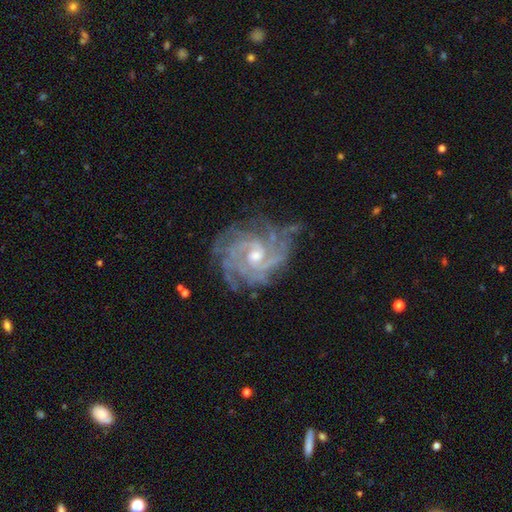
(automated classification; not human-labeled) Smooth or featured?
  - featured or disk: 90% *
  - star or artifact: 6%
  - smooth: 4%
Edge-on disk?
  - no: 98% *
  - yes: 2%
Bar?
  - no: 58% *
  - weak: 34%
  - strong: 7%
Spiral arms?
  - yes: 97% *
  - no: 3%
Spiral winding?
  - tight: 63% *
  - medium: 31%
  - loose: 6%
Spiral arm count?
  - can't tell: 29% *
  - 3: 20%
  - 4: 18%
  - 2: 16%
  - more than 4: 10%
  - 1: 7%
Bulge size?
  - moderate: 60% *
  - small: 34%
  - large: 3%
  - none: 2%
  - dominant: 1%
Merging?
  - none: 67% *
  - minor disturbance: 21%
  - major disturbance: 11%
  - merger: 2%